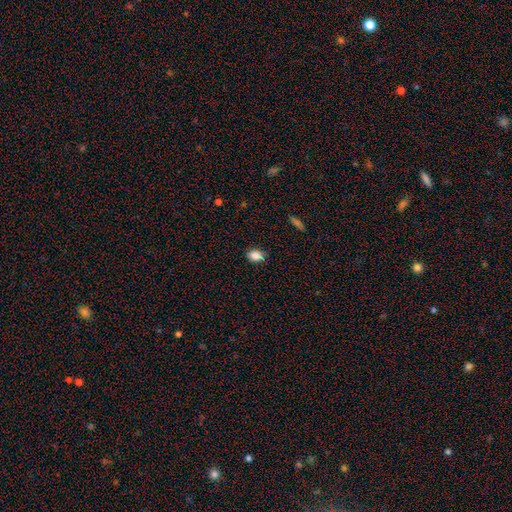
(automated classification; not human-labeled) smooth 87%, star or artifact 9%, featured or disk 4%. Down the decision tree: how rounded — in between (76%); merging — none (83%).